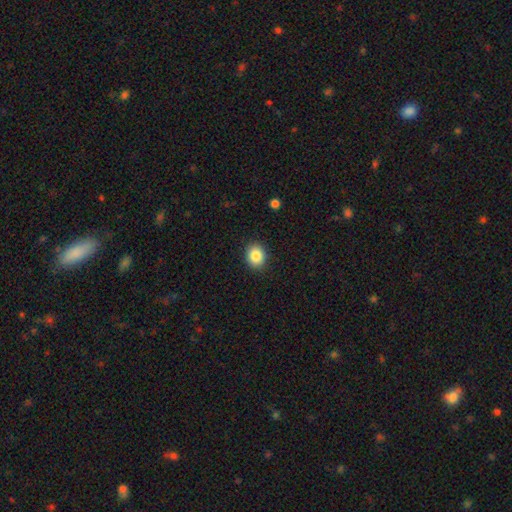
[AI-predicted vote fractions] Smooth or featured?
  - smooth: 85% *
  - star or artifact: 9%
  - featured or disk: 6%
How rounded?
  - round: 64% *
  - in between: 35%
  - cigar-shaped: 1%
Merging?
  - none: 90% *
  - minor disturbance: 7%
  - major disturbance: 2%
  - merger: 1%